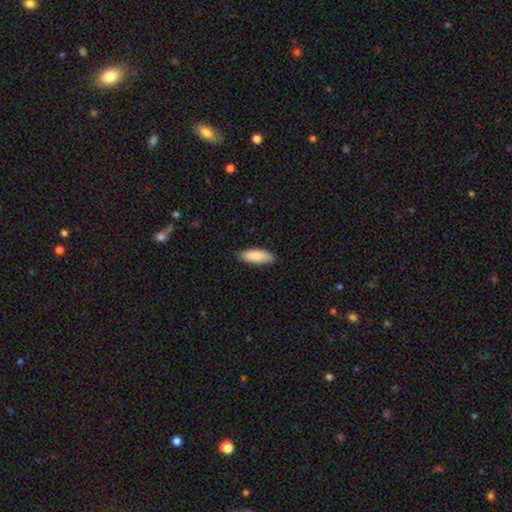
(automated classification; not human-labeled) Smooth or featured? Predicted: smooth (p=0.88). How rounded? Predicted: in between (p=0.71). Merging? Predicted: none (p=0.84).